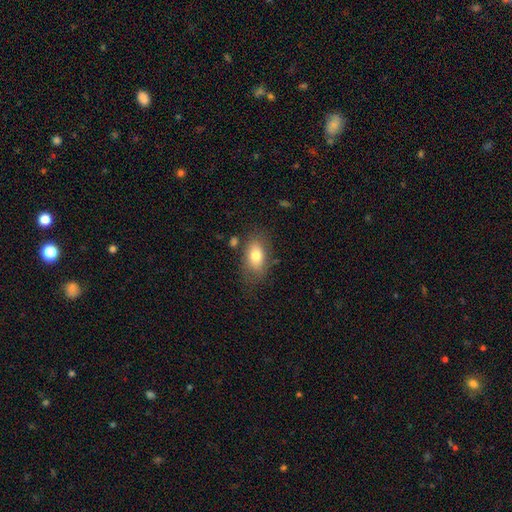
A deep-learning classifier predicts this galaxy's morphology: The model was most divided on "merging": none: 71%, minor disturbance: 18%, major disturbance: 7%, merger: 4%. More confident: how rounded — in between (89%); smooth or featured — smooth (76%).